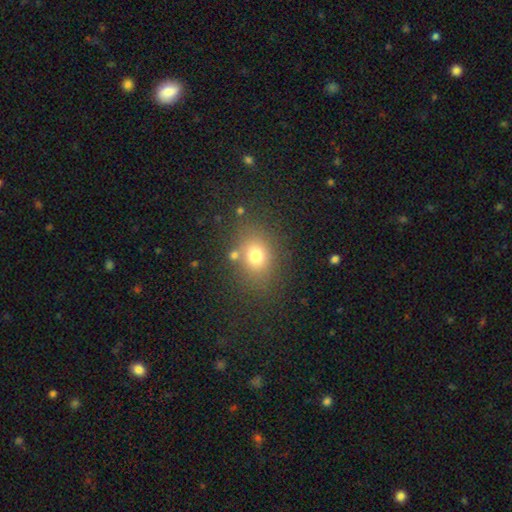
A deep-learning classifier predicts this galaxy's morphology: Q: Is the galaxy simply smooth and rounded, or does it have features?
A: smooth — 72%.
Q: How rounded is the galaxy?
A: round — 53%.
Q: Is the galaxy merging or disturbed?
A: none — 75%.